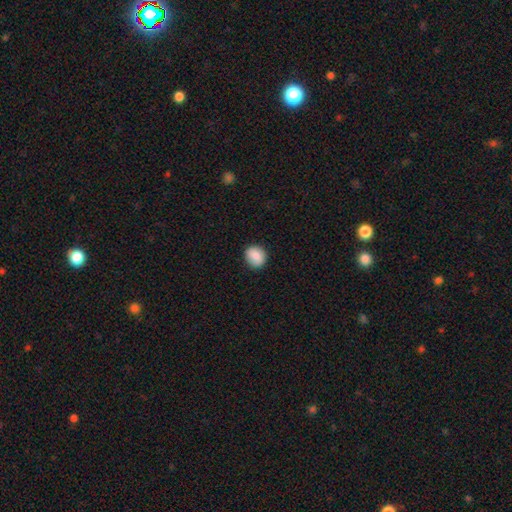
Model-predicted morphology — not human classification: A smooth galaxy with no disk features (86%) that is round (77%). Merging: none (89%).